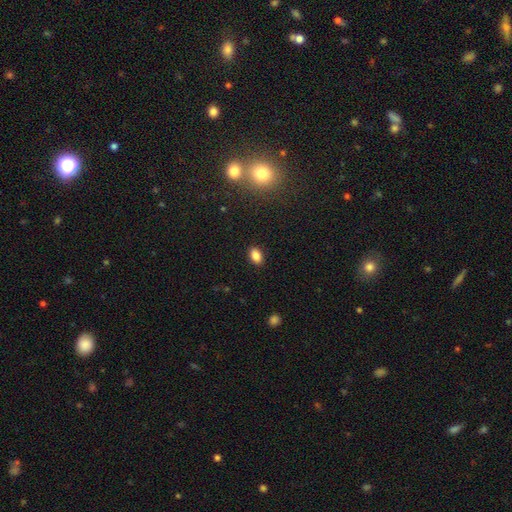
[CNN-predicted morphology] The model was most divided on "smooth or featured": smooth: 84%, star or artifact: 11%, featured or disk: 5%. More confident: merging — none (89%); how rounded — in between (88%).